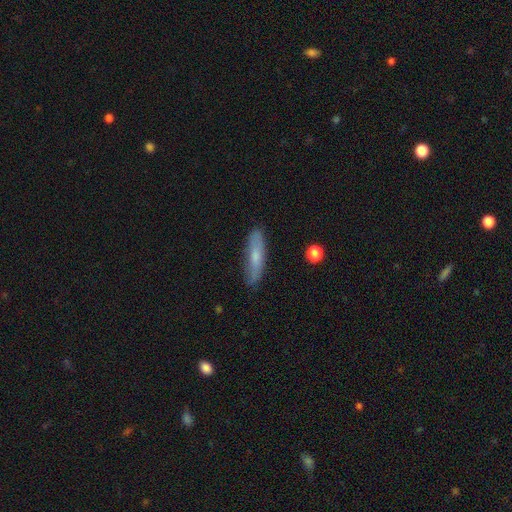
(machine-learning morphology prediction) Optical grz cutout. It shows a smooth galaxy with no disk features (63%) that is cigar-shaped (75%). Merging: none (81%).